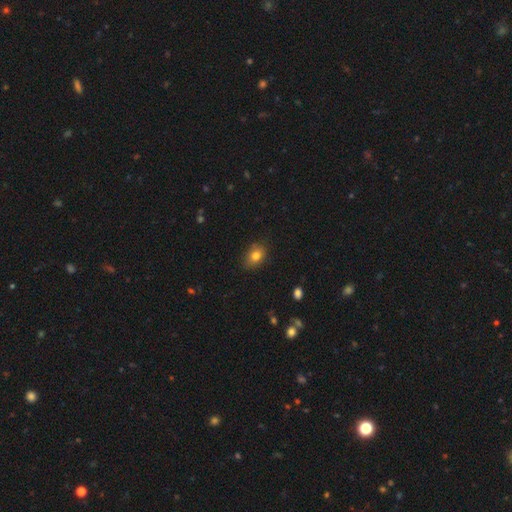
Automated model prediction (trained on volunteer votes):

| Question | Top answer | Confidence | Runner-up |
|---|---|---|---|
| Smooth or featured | smooth | 80% | star or artifact (11%) |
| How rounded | in between | 66% | round (33%) |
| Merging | none | 81% | minor disturbance (15%) |